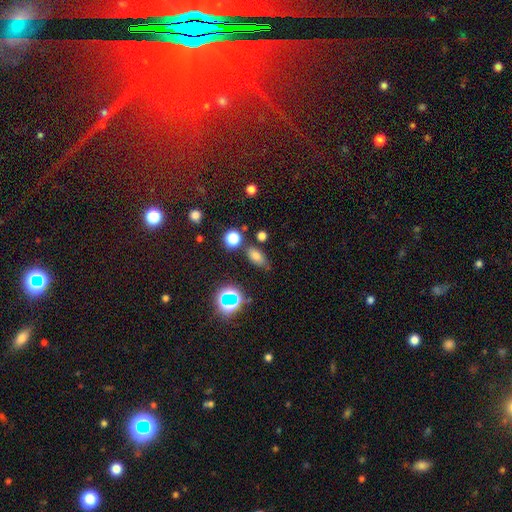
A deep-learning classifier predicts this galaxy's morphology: Q: Smooth or featured?
A: smooth (69%); runner-up: star or artifact (20%)
Q: How rounded?
A: in between (79%); runner-up: round (12%)
Q: Merging?
A: none (72%); runner-up: minor disturbance (16%)